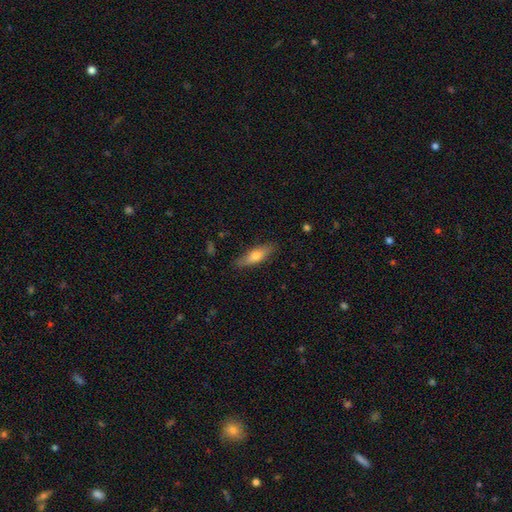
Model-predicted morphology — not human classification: Q: Smooth or featured?
A: smooth (67%); runner-up: featured or disk (27%)
Q: How rounded?
A: cigar-shaped (52%); runner-up: in between (46%)
Q: Merging?
A: none (84%); runner-up: minor disturbance (12%)